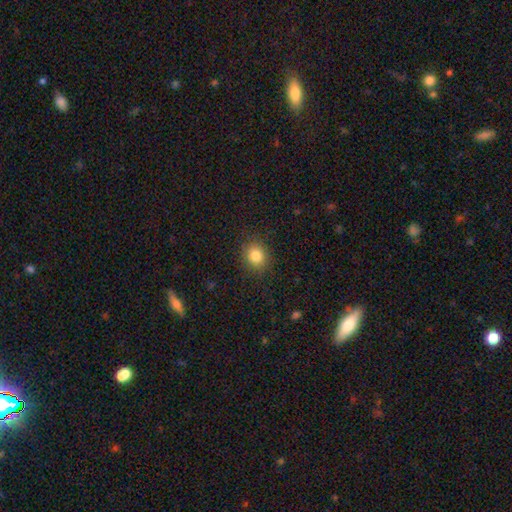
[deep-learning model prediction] A smooth galaxy with no disk features (83%) that is round (73%). Merging: none (88%).